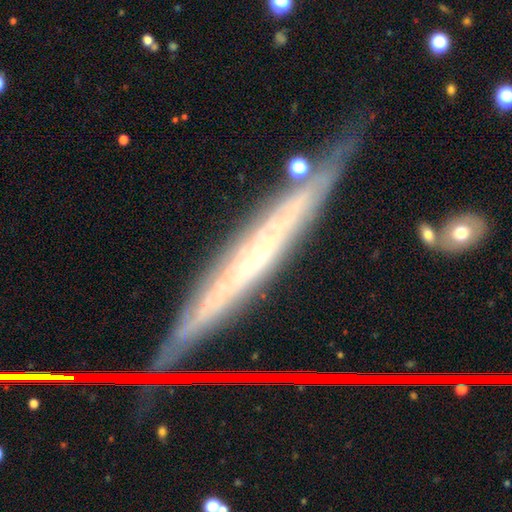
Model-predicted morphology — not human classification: This appears to be a featured or disk galaxy (70%) viewed edge-on (85%) with no central bulge (61%). Merging: none (82%).